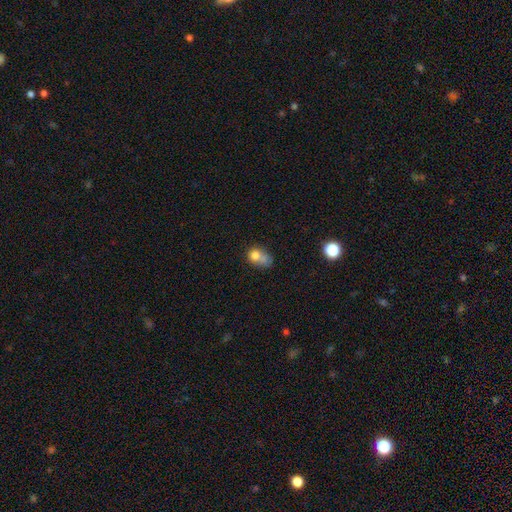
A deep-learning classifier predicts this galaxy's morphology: type=smooth (70%); roundness=in between (50%); merging=merger (38%).